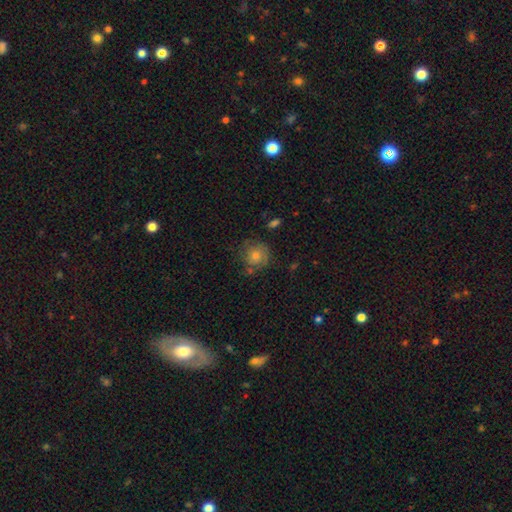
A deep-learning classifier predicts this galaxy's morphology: Overall: smooth (49%; featured or disk 34%). Merging: none (73%).